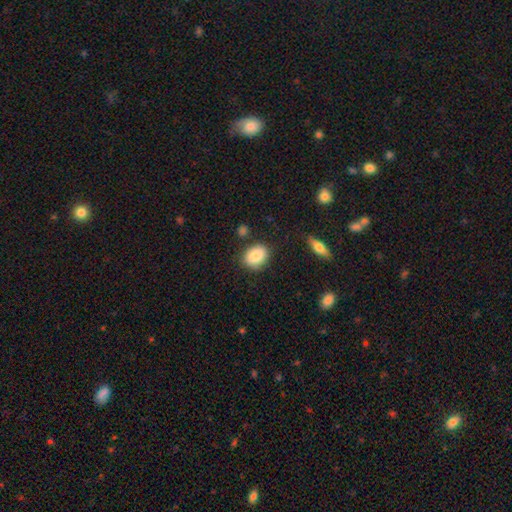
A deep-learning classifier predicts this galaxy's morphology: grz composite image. It shows a smooth galaxy with no disk features (87%) that is in between round and cigar-shaped (71%). Merging: none (77%).